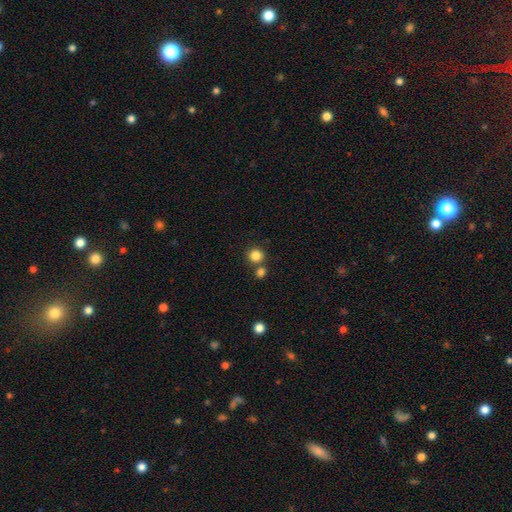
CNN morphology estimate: type=smooth (84%); roundness=round (90%); merging=none (69%).